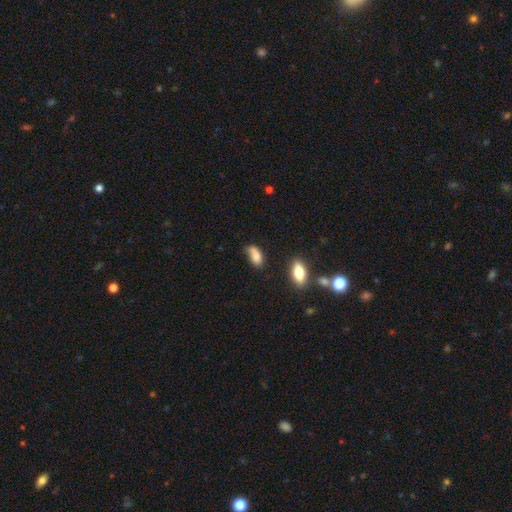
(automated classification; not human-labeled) A smooth galaxy with no disk features (77%) that is in between round and cigar-shaped (84%). Merging: none (40%).